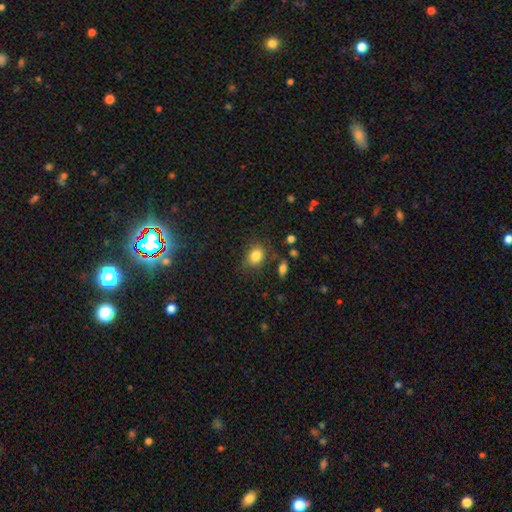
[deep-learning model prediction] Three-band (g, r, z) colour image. It shows a smooth galaxy with no disk features (83%) that is in between round and cigar-shaped (60%). Merging: none (75%).